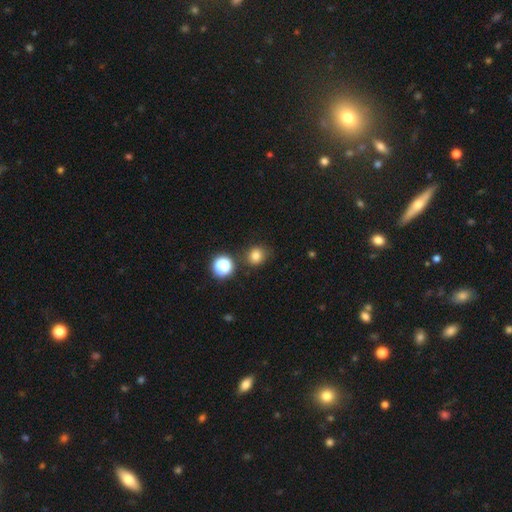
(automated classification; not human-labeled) smooth 79%, star or artifact 16%, featured or disk 6%. Down the decision tree: how rounded — round (82%); merging — none (82%).